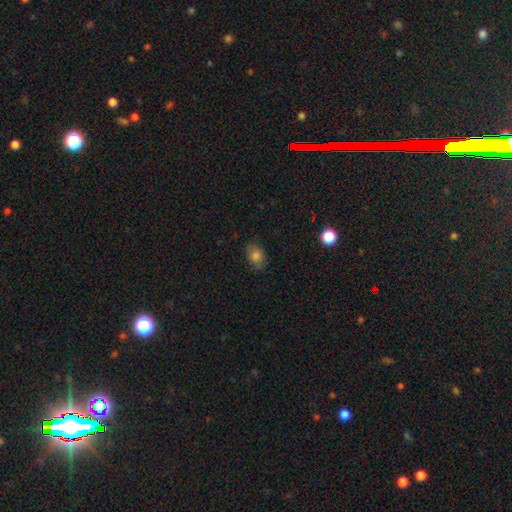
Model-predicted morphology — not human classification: Smooth or featured?
  - smooth: 80% *
  - star or artifact: 11%
  - featured or disk: 9%
How rounded?
  - in between: 69% *
  - round: 30%
  - cigar-shaped: 1%
Merging?
  - none: 79% *
  - minor disturbance: 16%
  - major disturbance: 4%
  - merger: 1%